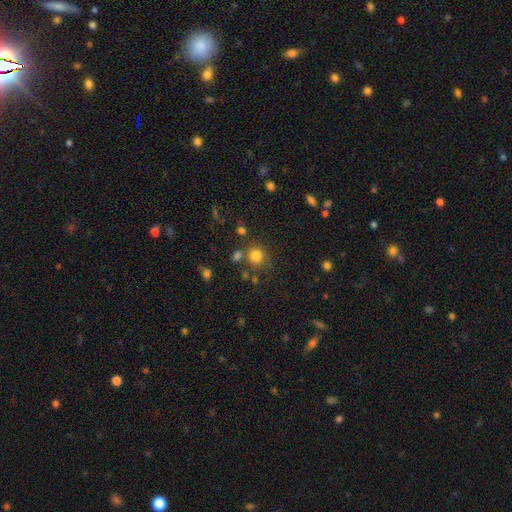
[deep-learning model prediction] A smooth galaxy with no disk features (80%) that is round (88%). Merging: none (72%).